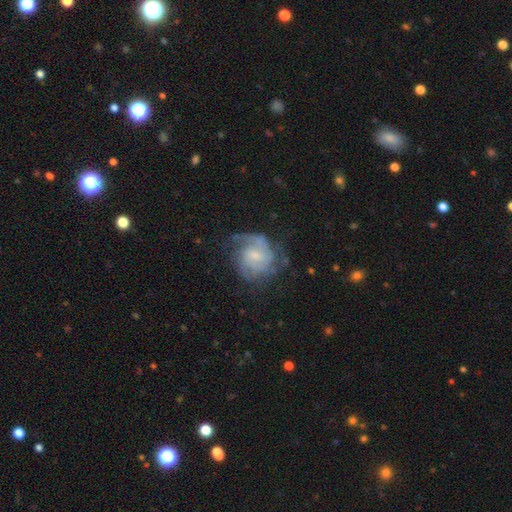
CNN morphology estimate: type=featured or disk (79%); edge-on=no (98%); bar=weak (54%); spiral arms=yes (93%); winding=tight (43%); arm count=2 (38%); bulge=small (49%); merging=none (60%).